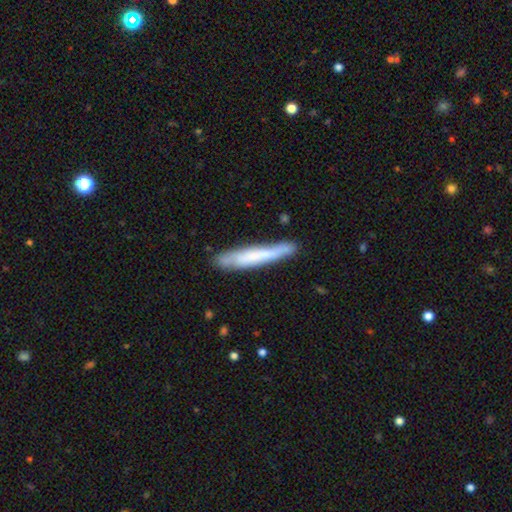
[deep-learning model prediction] The model was most divided on "smooth or featured": smooth: 57%, featured or disk: 37%, star or artifact: 6%. More confident: how rounded — cigar-shaped (94%); merging — none (79%).